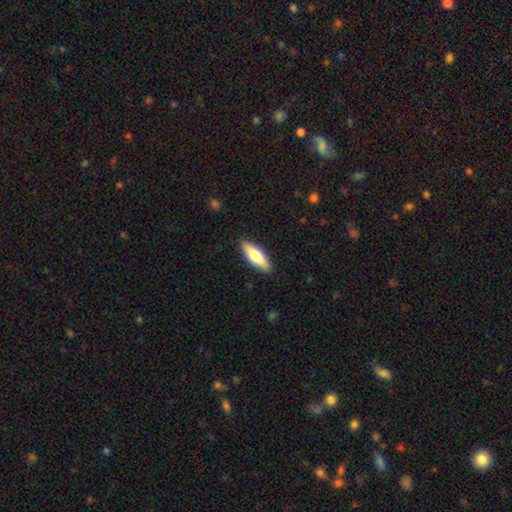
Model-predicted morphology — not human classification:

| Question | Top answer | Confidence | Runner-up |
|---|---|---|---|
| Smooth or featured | smooth | 67% | featured or disk (28%) |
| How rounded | in between | 54% | cigar-shaped (44%) |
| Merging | none | 89% | minor disturbance (8%) |